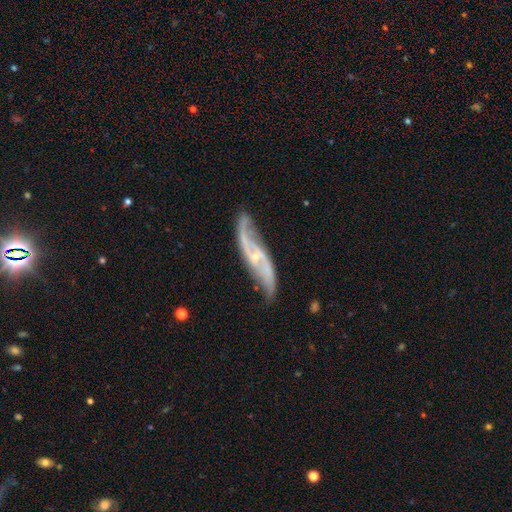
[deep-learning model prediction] Morphology: type=featured or disk (84%); edge-on=no (81%); bar=weak (41%); spiral arms=yes (94%); winding=loose (57%); arm count=2 (84%); bulge=small (68%); merging=none (66%).